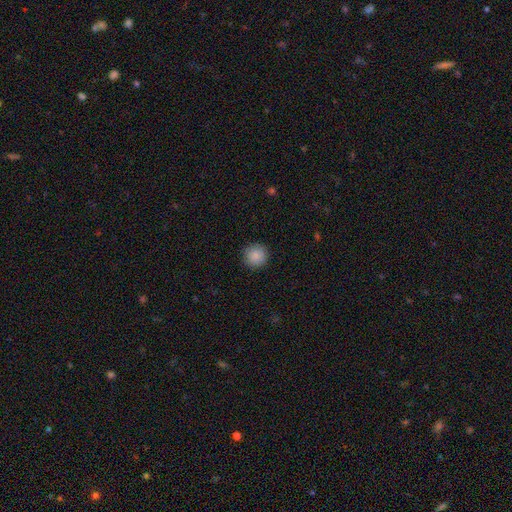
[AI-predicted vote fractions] Smooth or featured? smooth (88%)
How rounded? round (95%)
Merging? none (91%)